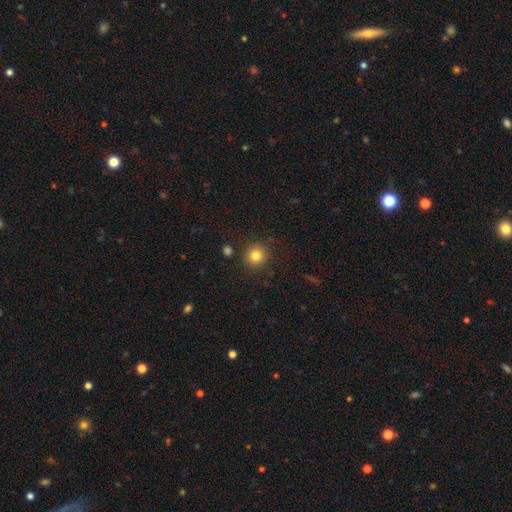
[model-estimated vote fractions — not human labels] smooth-or-featured: smooth: 81% | star or artifact: 12% | featured or disk: 6%
  how-rounded: round: 93% | in between: 6% | cigar-shaped: 1%
  merging: none: 88% | minor disturbance: 7% | merger: 2% | major disturbance: 2%